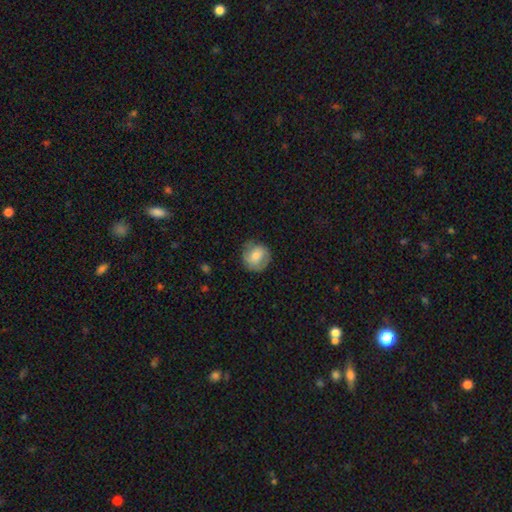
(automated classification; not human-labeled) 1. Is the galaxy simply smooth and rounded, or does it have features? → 64% smooth, 29% featured or disk, 7% star or artifact.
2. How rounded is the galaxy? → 86% round, 13% in between, 1% cigar-shaped.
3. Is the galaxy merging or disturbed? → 77% none, 17% minor disturbance, 5% major disturbance, 1% merger.